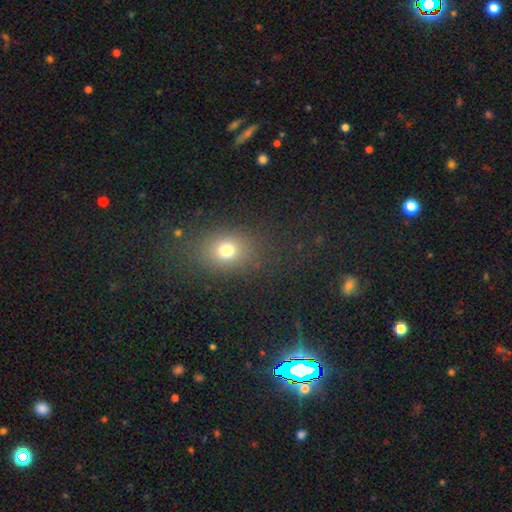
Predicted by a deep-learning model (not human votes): This is possibly a smooth galaxy (60%). How rounded: possibly in between (50%). Merging: clearly none (83%).